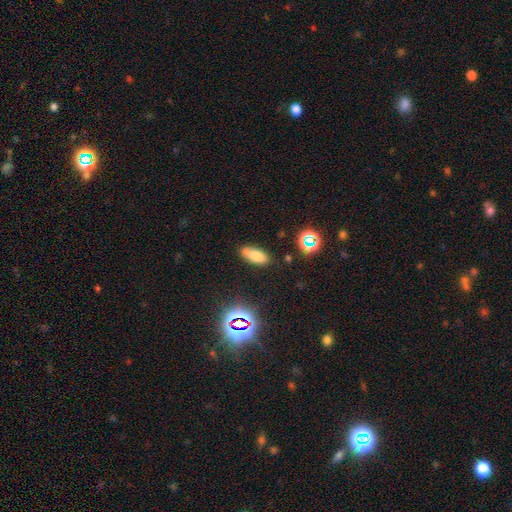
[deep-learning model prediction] Q: Smooth or featured?
A: smooth (76%); runner-up: star or artifact (14%)
Q: How rounded?
A: in between (79%); runner-up: cigar-shaped (17%)
Q: Merging?
A: none (74%); runner-up: minor disturbance (17%)